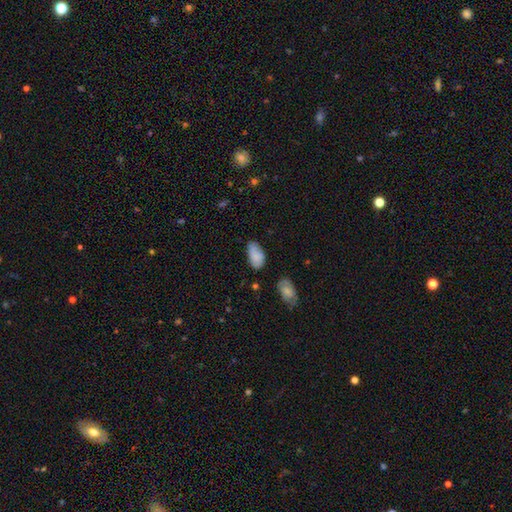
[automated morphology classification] This appears to be a smooth galaxy with no disk features (78%) that is in between round and cigar-shaped (94%). Merging: none (63%).